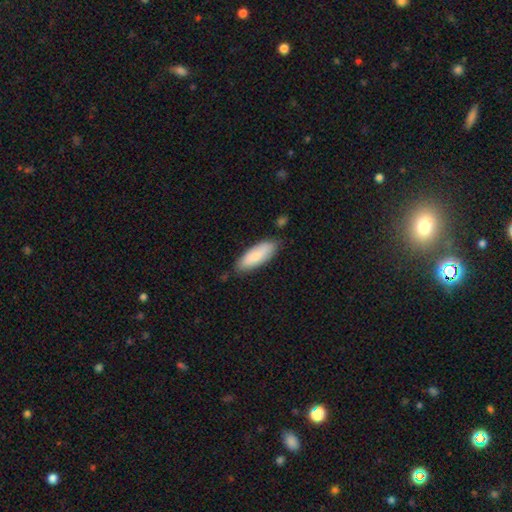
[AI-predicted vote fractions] Smooth or featured?
  - smooth: 82% *
  - featured or disk: 13%
  - star or artifact: 5%
How rounded?
  - in between: 69% *
  - cigar-shaped: 29%
  - round: 2%
Merging?
  - none: 77% *
  - minor disturbance: 17%
  - major disturbance: 3%
  - merger: 2%